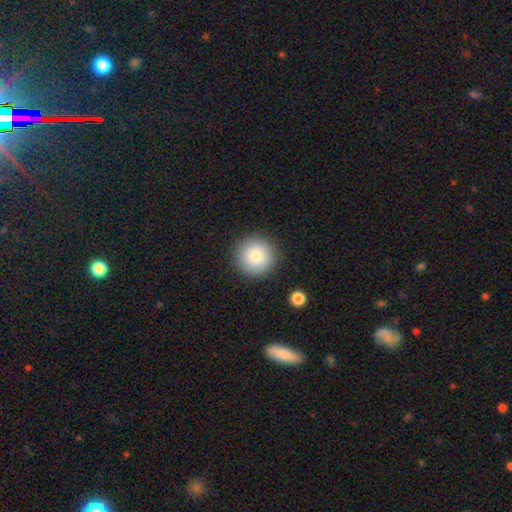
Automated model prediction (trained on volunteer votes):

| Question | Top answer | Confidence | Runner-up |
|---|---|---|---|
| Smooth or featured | smooth | 83% | star or artifact (9%) |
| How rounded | round | 96% | in between (3%) |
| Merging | none | 90% | minor disturbance (6%) |